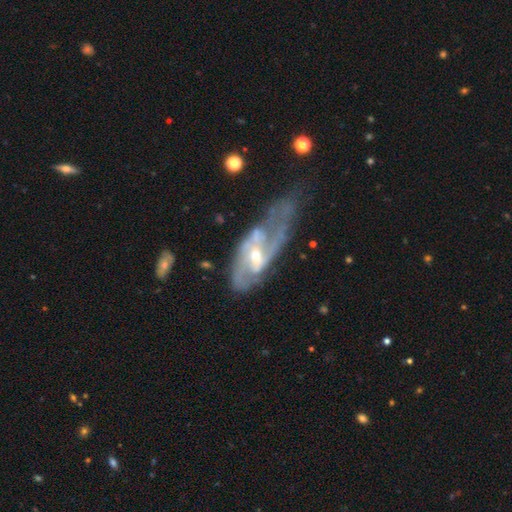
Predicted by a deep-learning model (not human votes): smooth_or_featured: featured or disk (p=0.86) [alt: smooth p=0.09]
disk_edge_on: no (p=0.92) [alt: yes p=0.08]
bar: weak (p=0.47) [alt: no p=0.33]
has_spiral_arms: yes (p=0.92) [alt: no p=0.08]
spiral_winding: medium (p=0.48) [alt: tight p=0.30]
spiral_arm_count: 2 (p=0.63) [alt: can't tell p=0.19]
bulge_size: small (p=0.50) [alt: moderate p=0.47]
merging: none (p=0.43) [alt: minor disturbance p=0.28]